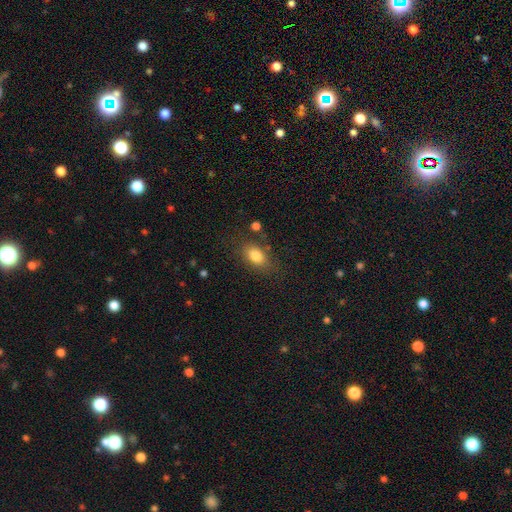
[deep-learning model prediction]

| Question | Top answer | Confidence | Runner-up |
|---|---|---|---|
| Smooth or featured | smooth | 81% | featured or disk (10%) |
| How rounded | in between | 82% | round (16%) |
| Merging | none | 73% | minor disturbance (17%) |